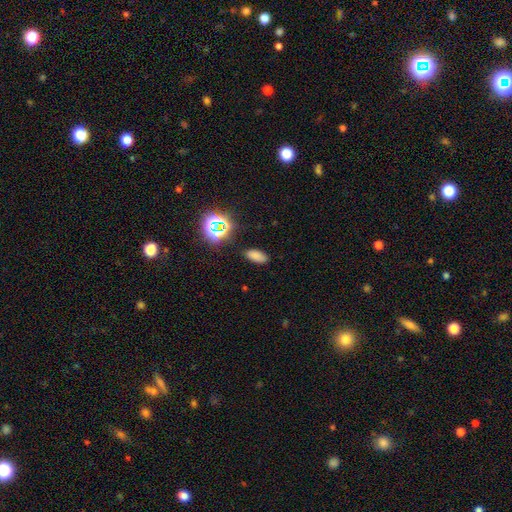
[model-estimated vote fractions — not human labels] Smooth or featured?
  - smooth: 73% *
  - star or artifact: 20%
  - featured or disk: 6%
How rounded?
  - in between: 89% *
  - cigar-shaped: 6%
  - round: 5%
Merging?
  - none: 85% *
  - minor disturbance: 10%
  - major disturbance: 3%
  - merger: 2%